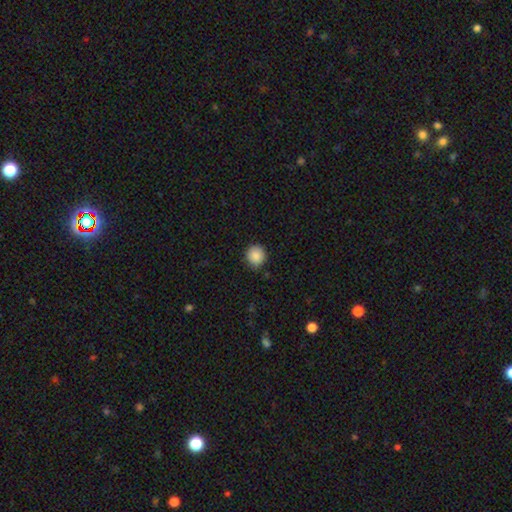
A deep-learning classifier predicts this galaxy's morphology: A smooth galaxy with no disk features (88%) that is round (88%). Merging: none (87%).